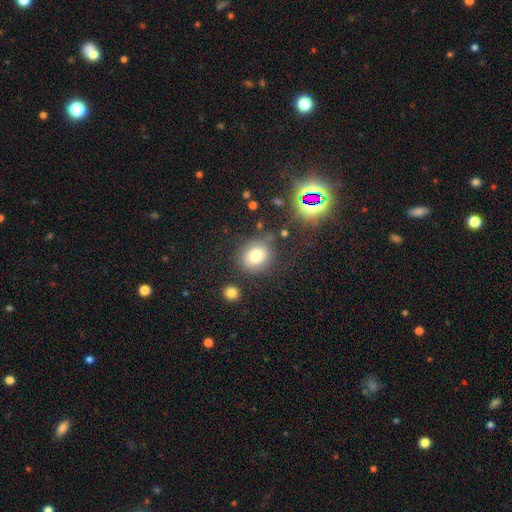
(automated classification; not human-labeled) A smooth galaxy with no disk features (76%) that is round (61%). Merging: none (67%).